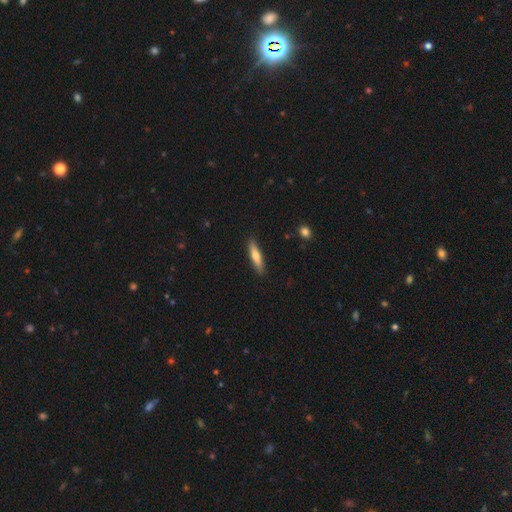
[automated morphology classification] A smooth galaxy with no disk features (64%) that is cigar-shaped (79%).

Vote fractions:
- Smooth or featured? smooth: 64% / featured or disk: 30% / star or artifact: 6%
- How rounded? cigar-shaped: 79% / in between: 19% / round: 2%
- Merging? none: 89% / minor disturbance: 8% / major disturbance: 2% / merger: 1%